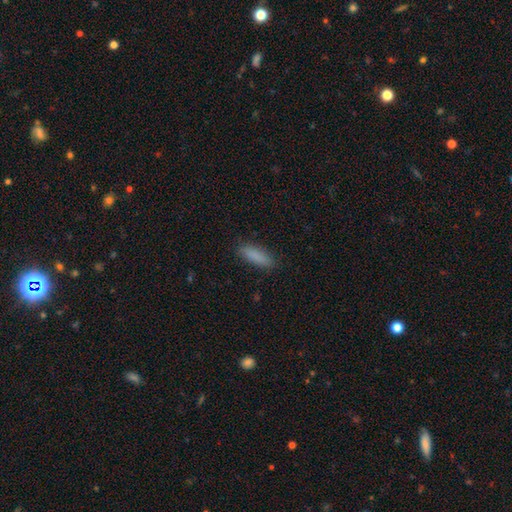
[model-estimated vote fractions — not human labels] smooth-or-featured: smooth: 87% | star or artifact: 7% | featured or disk: 6%
  how-rounded: cigar-shaped: 53% | in between: 46% | round: 2%
  merging: none: 86% | minor disturbance: 10% | major disturbance: 2% | merger: 1%